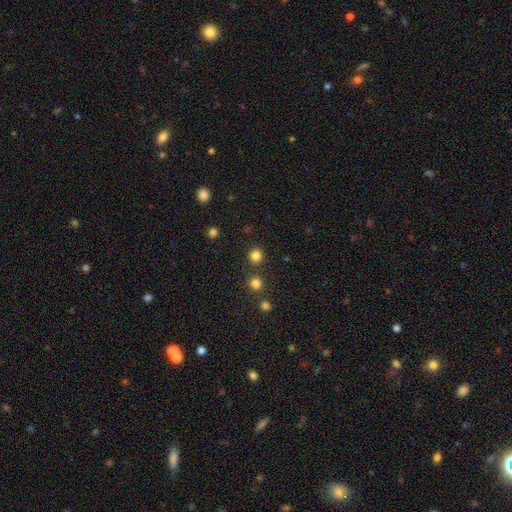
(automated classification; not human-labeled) This is clearly a smooth galaxy (80%). How rounded: clearly round (92%). Merging: clearly none (85%).